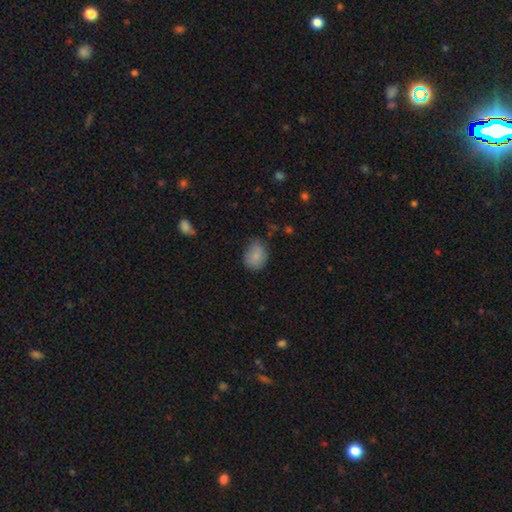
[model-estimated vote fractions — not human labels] Q: Smooth or featured?
A: smooth (83%); runner-up: star or artifact (8%)
Q: How rounded?
A: in between (59%); runner-up: round (40%)
Q: Merging?
A: none (61%); runner-up: minor disturbance (30%)